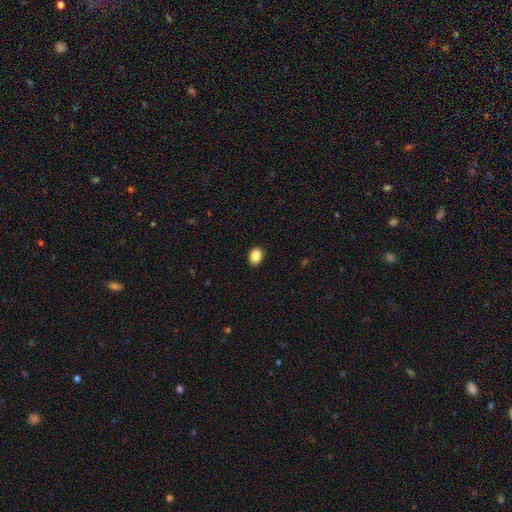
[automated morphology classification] smooth_or_featured: smooth (p=0.87) [alt: star or artifact p=0.08]
how_rounded: in between (p=0.74) [alt: round p=0.25]
merging: none (p=0.89) [alt: minor disturbance p=0.08]